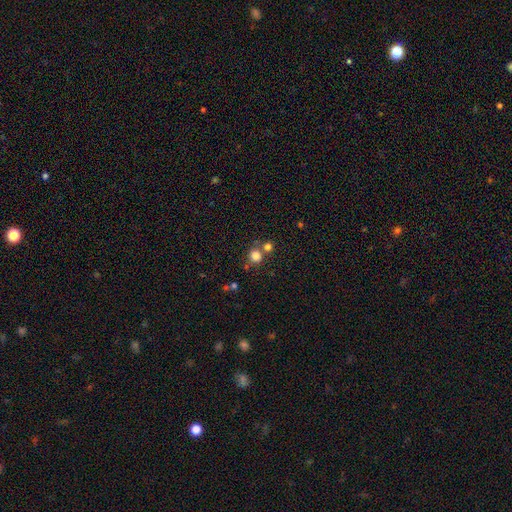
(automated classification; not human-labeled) Smooth or featured? Predicted: smooth (p=0.80). How rounded? Predicted: round (p=0.88). Merging? Predicted: none (p=0.64).